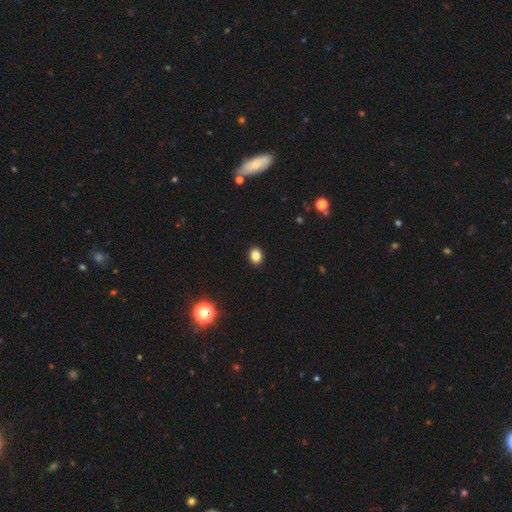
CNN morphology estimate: smooth_or_featured: smooth (p=0.84) [alt: star or artifact p=0.11]
how_rounded: round (p=0.54) [alt: in between p=0.45]
merging: none (p=0.92) [alt: minor disturbance p=0.05]